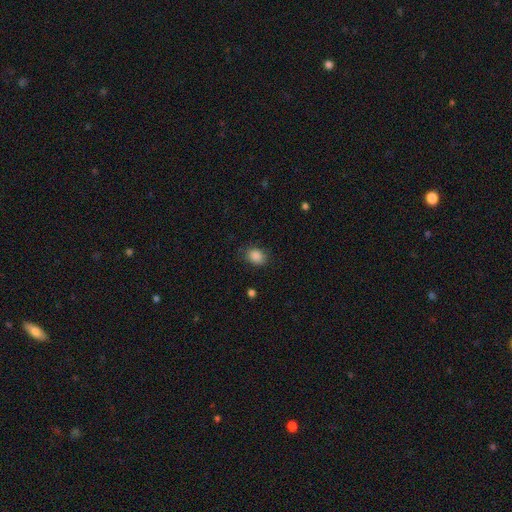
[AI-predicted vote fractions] This appears to be a smooth galaxy with no disk features (87%) that is in between round and cigar-shaped (53%). Merging: none (79%).